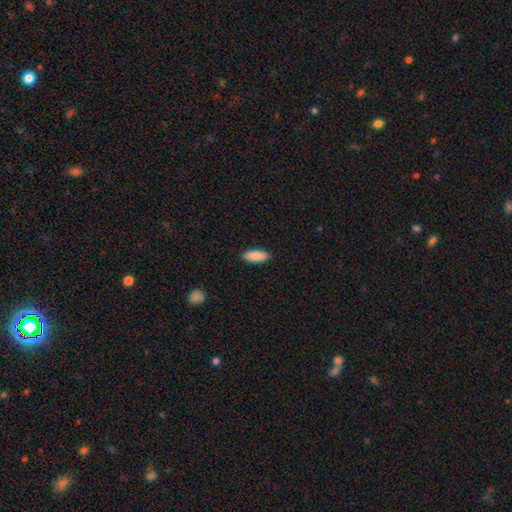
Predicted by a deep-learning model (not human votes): This is clearly a smooth galaxy (89%). How rounded: likely in between (72%). Merging: clearly none (90%).